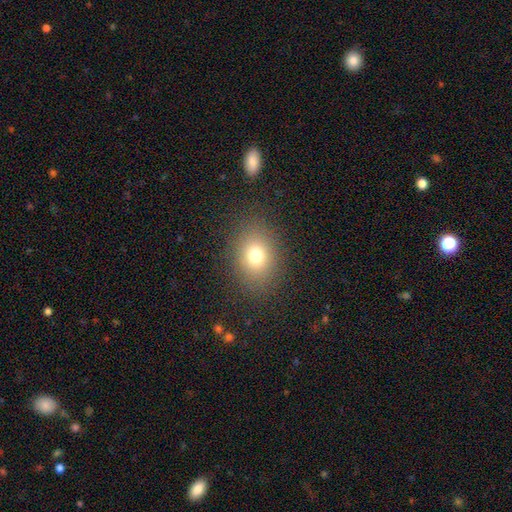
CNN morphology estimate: A smooth galaxy with no disk features (74%) that is in between round and cigar-shaped (55%).

Vote fractions:
- Smooth or featured? smooth: 74% / star or artifact: 15% / featured or disk: 11%
- How rounded? in between: 55% / round: 44% / cigar-shaped: 1%
- Merging? none: 86% / minor disturbance: 9% / major disturbance: 5% / merger: 1%